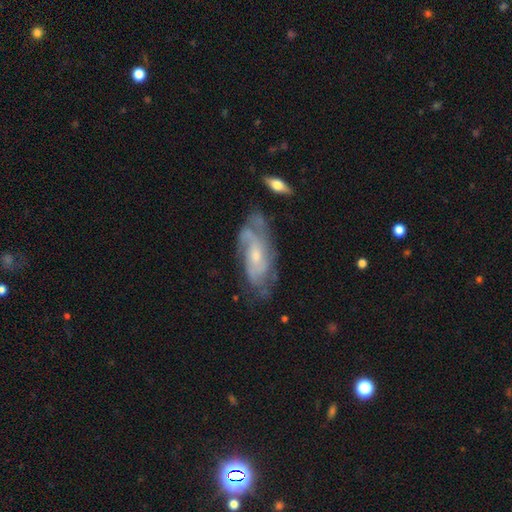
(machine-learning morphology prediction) smooth-or-featured: featured or disk: 78% | smooth: 16% | star or artifact: 6%
  disk-edge-on: no: 91% | yes: 9%
    bar: no: 64% | weak: 30% | strong: 6%
    has-spiral-arms: yes: 89% | no: 11%
      spiral-winding: tight: 45% | medium: 40% | loose: 15%
      spiral-arm-count: can't tell: 40% | 2: 31% | 3: 15% | 4: 6% | 1: 4% | more than 4: 3%
    bulge-size: small: 60% | moderate: 35% | none: 3% | large: 2% | dominant: 1%
  merging: none: 61% | minor disturbance: 23% | major disturbance: 11% | merger: 5%